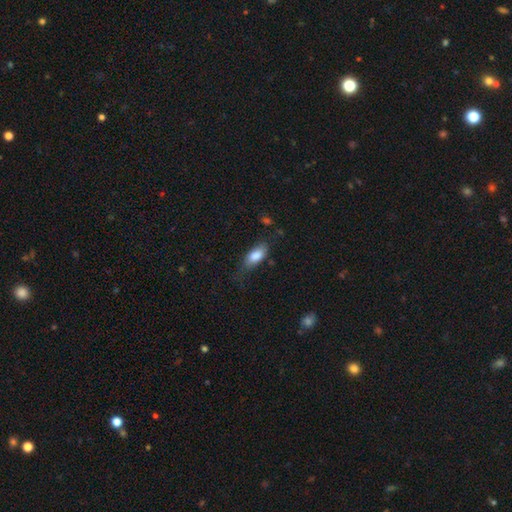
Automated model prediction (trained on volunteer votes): This appears to be a smooth galaxy with no disk features (82%) that is in between round and cigar-shaped (84%). Merging: none (56%).